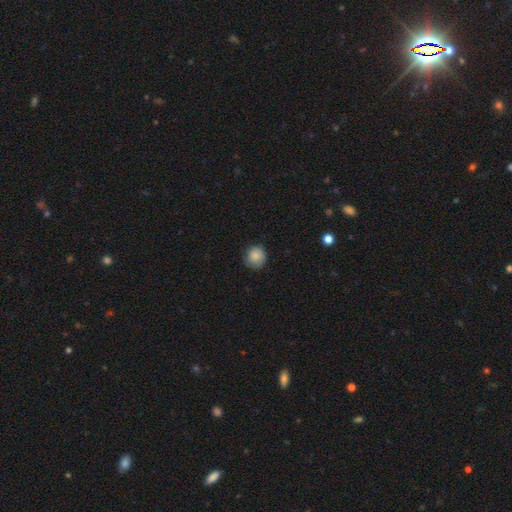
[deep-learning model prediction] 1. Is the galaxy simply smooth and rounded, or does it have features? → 83% smooth, 8% star or artifact, 8% featured or disk.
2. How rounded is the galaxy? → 84% round, 15% in between, 1% cigar-shaped.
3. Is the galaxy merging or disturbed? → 75% none, 21% minor disturbance, 4% major disturbance, 1% merger.